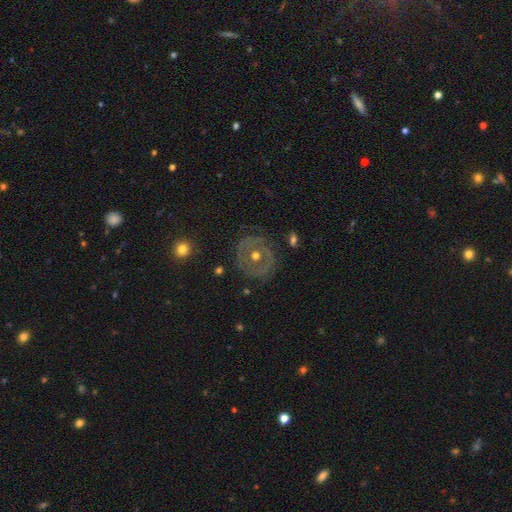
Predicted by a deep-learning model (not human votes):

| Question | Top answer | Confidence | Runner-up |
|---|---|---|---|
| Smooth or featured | featured or disk | 59% | smooth (33%) |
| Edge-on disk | no | 96% | yes (4%) |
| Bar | no | 87% | weak (10%) |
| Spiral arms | no | 75% | yes (25%) |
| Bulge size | moderate | 79% | small (13%) |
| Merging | none | 78% | minor disturbance (14%) |